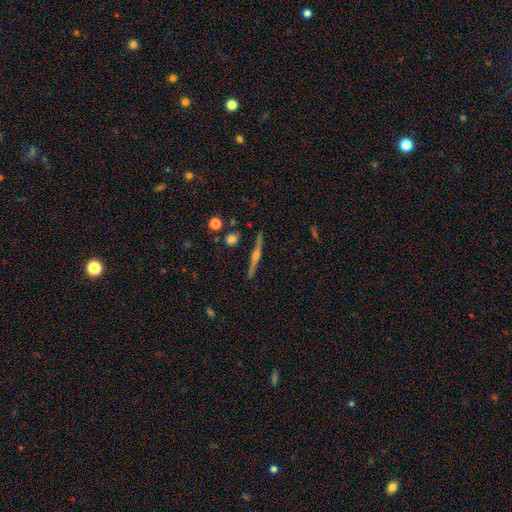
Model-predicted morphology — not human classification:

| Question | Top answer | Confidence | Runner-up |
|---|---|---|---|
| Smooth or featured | featured or disk | 79% | smooth (14%) |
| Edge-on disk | yes | 98% | no (2%) |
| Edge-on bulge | rounded | 87% | none (7%) |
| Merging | none | 91% | minor disturbance (6%) |